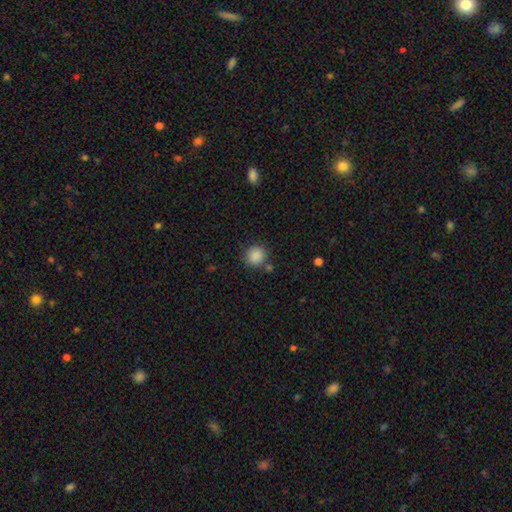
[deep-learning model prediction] Smooth or featured? smooth (87%)
How rounded? round (90%)
Merging? none (80%)